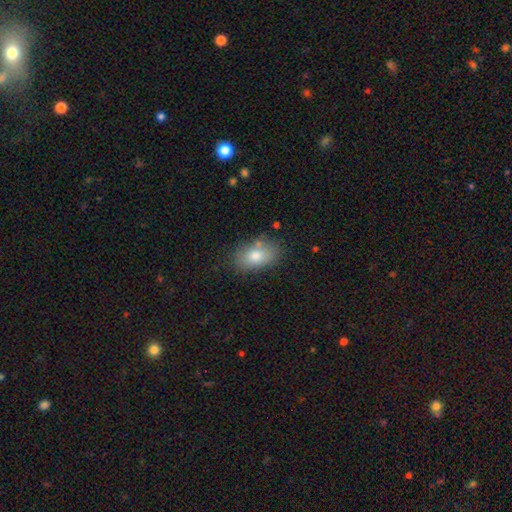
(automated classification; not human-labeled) Morphology: type=smooth (79%); roundness=in between (89%); merging=none (75%).